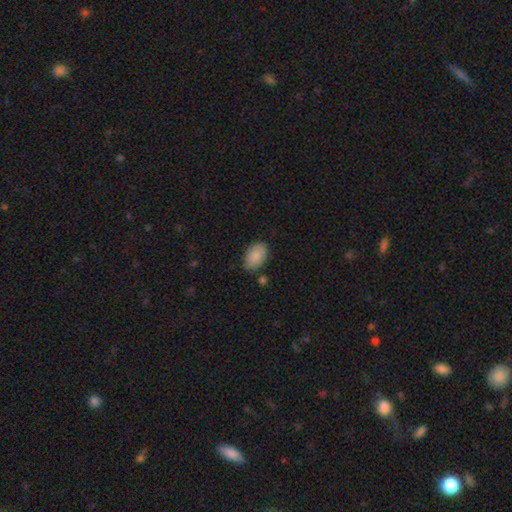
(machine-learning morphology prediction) A smooth galaxy with no disk features (89%) that is in between round and cigar-shaped (92%). Merging: none (83%).